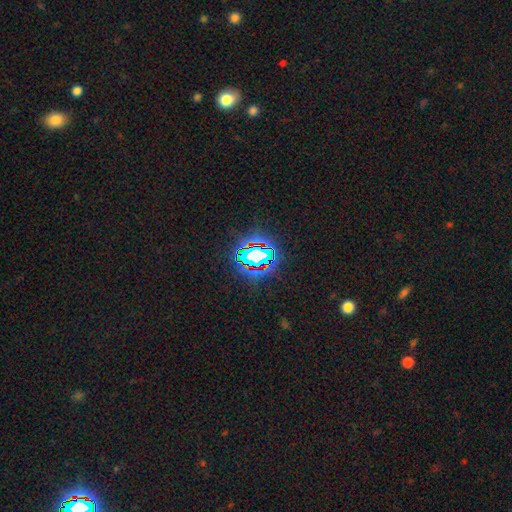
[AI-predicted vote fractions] The model was most divided on "smooth or featured": star or artifact: 67%, smooth: 19%, featured or disk: 14%.